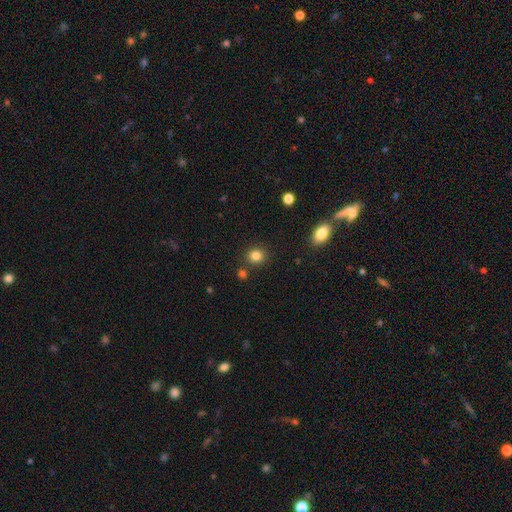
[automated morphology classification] Smooth or featured?
  - smooth: 83% *
  - star or artifact: 12%
  - featured or disk: 5%
How rounded?
  - round: 82% *
  - in between: 17%
  - cigar-shaped: 1%
Merging?
  - none: 84% *
  - minor disturbance: 8%
  - merger: 5%
  - major disturbance: 3%